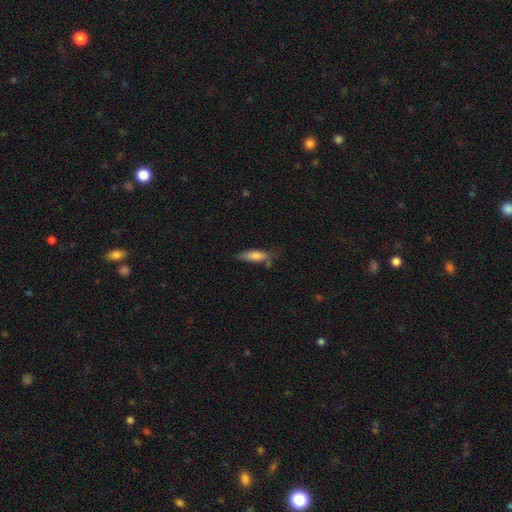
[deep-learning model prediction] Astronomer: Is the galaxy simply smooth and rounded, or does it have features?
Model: smooth — 77%.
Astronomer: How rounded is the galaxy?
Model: cigar-shaped — 51% (runner-up: in between, 47%).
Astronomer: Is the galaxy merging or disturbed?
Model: none — 56%.